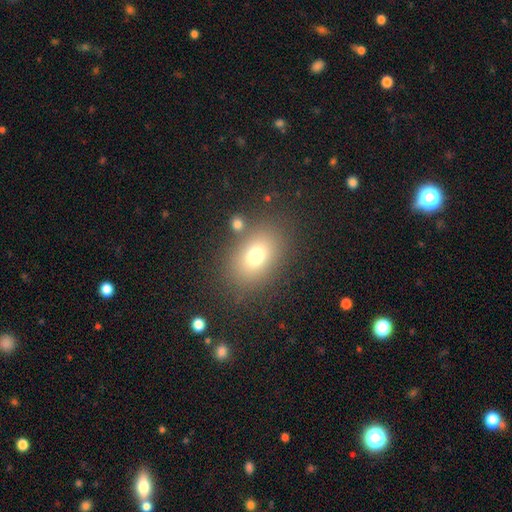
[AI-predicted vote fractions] A smooth galaxy with no disk features (74%) that is in between round and cigar-shaped (77%).

Vote fractions:
- Smooth or featured? smooth: 74% / featured or disk: 13% / star or artifact: 13%
- How rounded? in between: 77% / round: 22% / cigar-shaped: 1%
- Merging? none: 80% / minor disturbance: 10% / merger: 5% / major disturbance: 5%